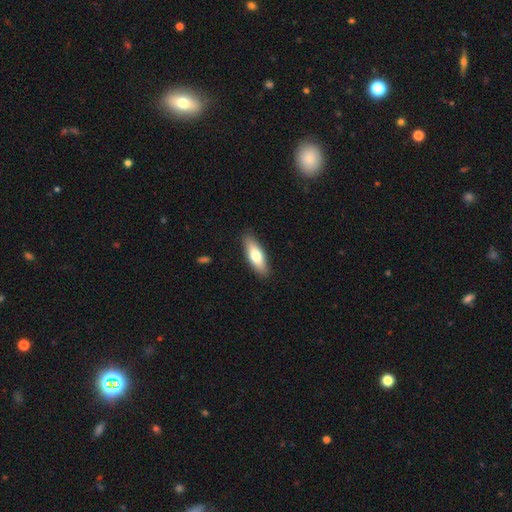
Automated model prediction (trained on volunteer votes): Morphology: type=smooth (70%); roundness=in between (59%); merging=none (88%).